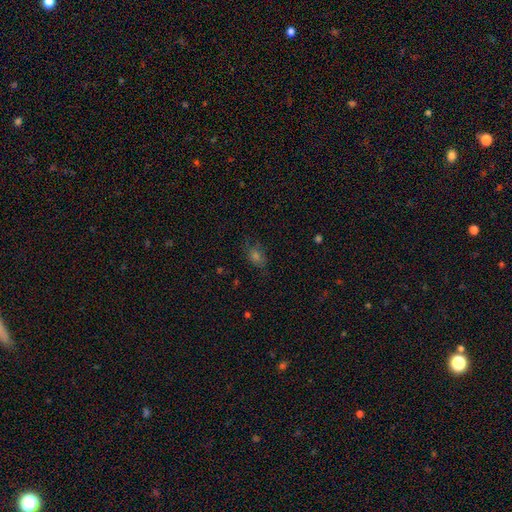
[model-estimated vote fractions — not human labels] Smooth or featured? Predicted: smooth (p=0.49). Merging? Predicted: none (p=0.75).